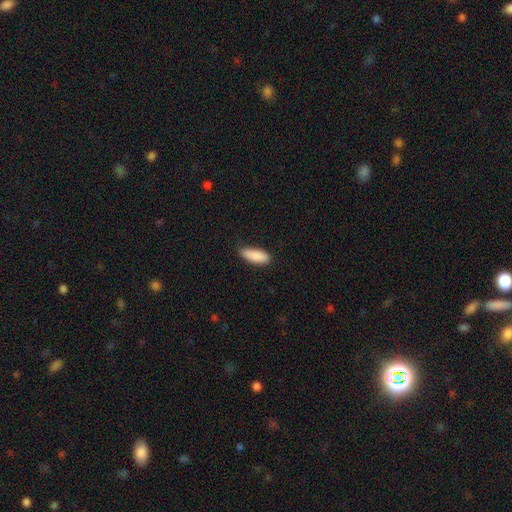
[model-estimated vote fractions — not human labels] smooth_or_featured: smooth (p=0.89) [alt: star or artifact p=0.06]
how_rounded: in between (p=0.69) [alt: cigar-shaped p=0.30]
merging: none (p=0.80) [alt: minor disturbance p=0.17]